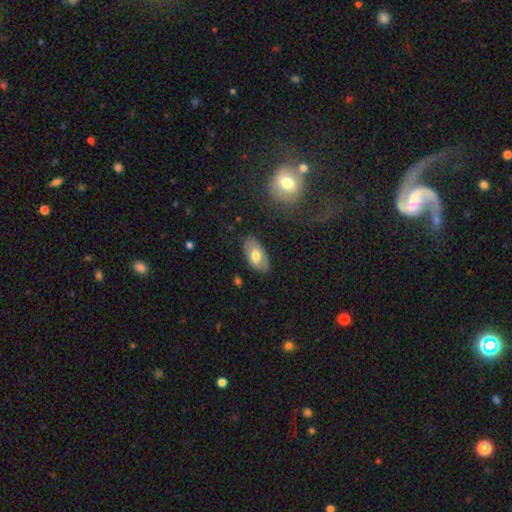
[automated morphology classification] The model was most divided on "smooth or featured": smooth: 63%, featured or disk: 31%, star or artifact: 7%. More confident: how rounded — in between (94%); merging — none (82%).